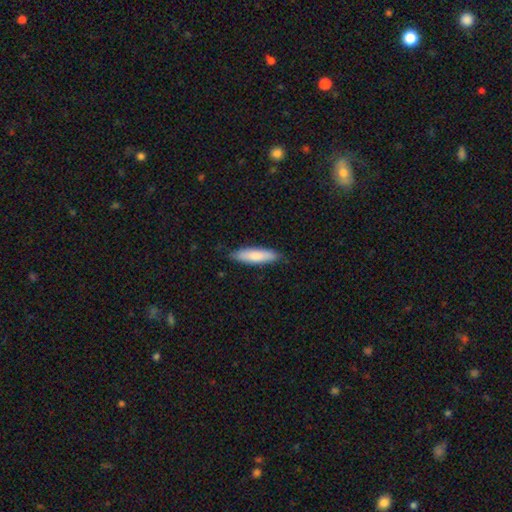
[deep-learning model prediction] Smooth or featured: smooth — 80% (featured or disk — 14%)
How rounded: cigar-shaped — 65% (in between — 33%)
Merging: none — 83% (minor disturbance — 14%)